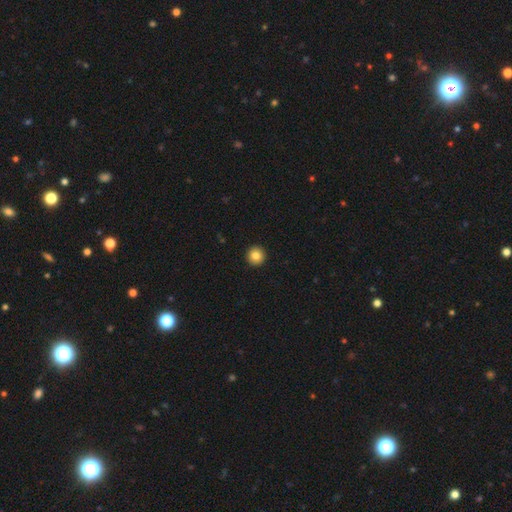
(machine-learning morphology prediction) smooth-or-featured: smooth: 85% | star or artifact: 9% | featured or disk: 6%
  how-rounded: round: 96% | in between: 3% | cigar-shaped: 1%
  merging: none: 94% | minor disturbance: 4% | major disturbance: 1% | merger: 1%